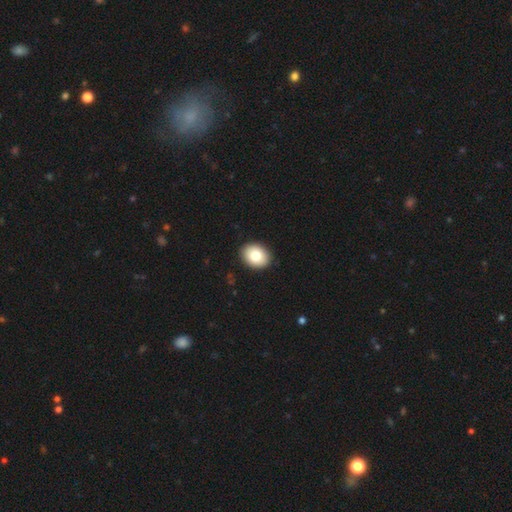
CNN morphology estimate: A smooth galaxy with no disk features (80%) that is in between round and cigar-shaped (59%). Merging: none (91%).